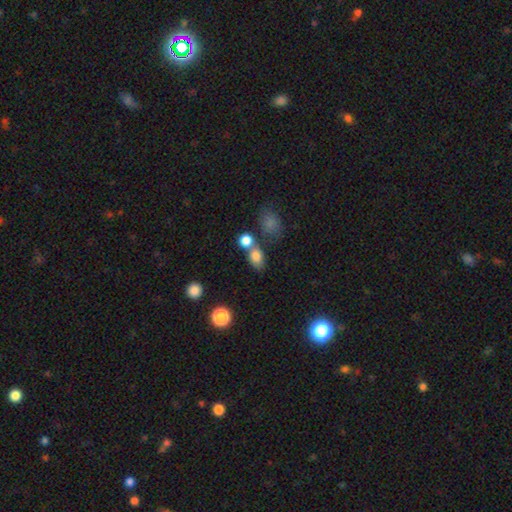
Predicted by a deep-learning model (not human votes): A smooth galaxy with no disk features (79%) that is in between round and cigar-shaped (68%). Merging: none (49%).